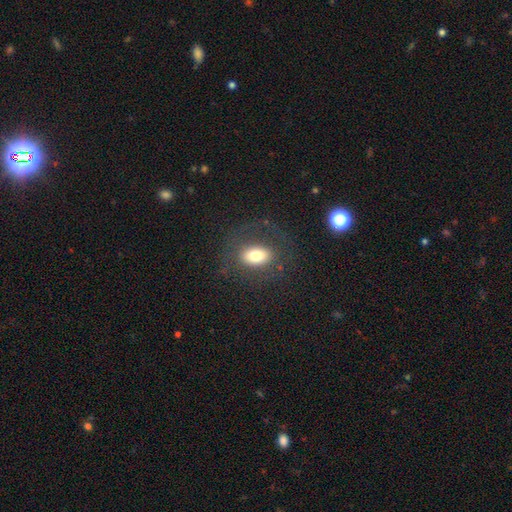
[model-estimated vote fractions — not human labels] This is likely a smooth galaxy (69%). How rounded: likely in between (76%). Merging: likely none (76%).